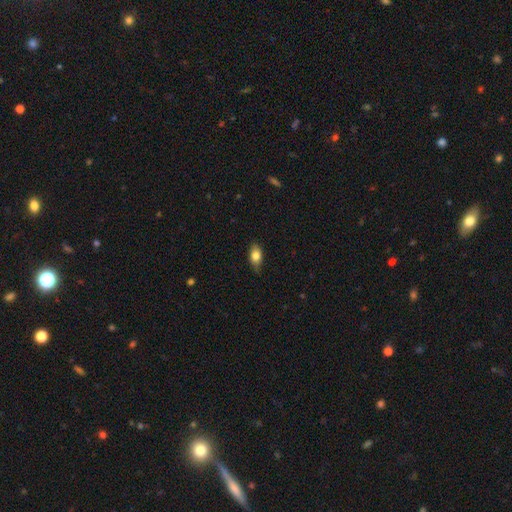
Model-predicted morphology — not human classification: The model was most divided on "smooth or featured": smooth: 76%, featured or disk: 17%, star or artifact: 7%. More confident: how rounded — in between (84%); merging — none (78%).